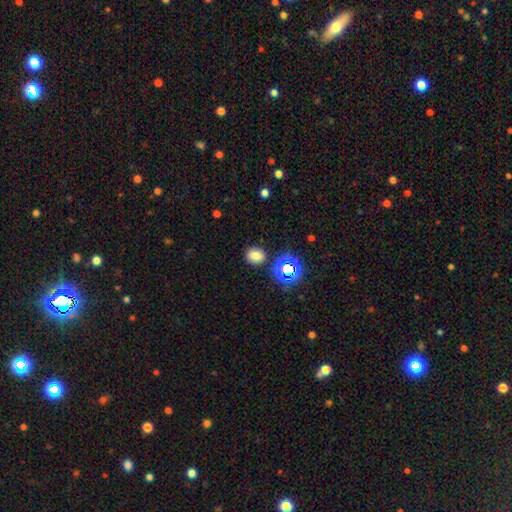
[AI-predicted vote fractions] The model was most divided on "how rounded": round: 59%, in between: 40%, cigar-shaped: 1%. More confident: merging — none (84%); smooth or featured — smooth (72%).